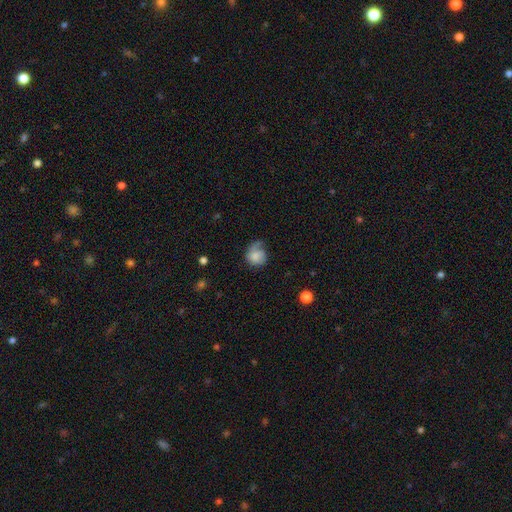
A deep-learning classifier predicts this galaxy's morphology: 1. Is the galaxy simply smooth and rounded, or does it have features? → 59% smooth, 33% featured or disk, 8% star or artifact.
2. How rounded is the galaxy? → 73% round, 26% in between, 1% cigar-shaped.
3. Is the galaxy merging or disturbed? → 41% none, 30% minor disturbance, 27% major disturbance, 3% merger.